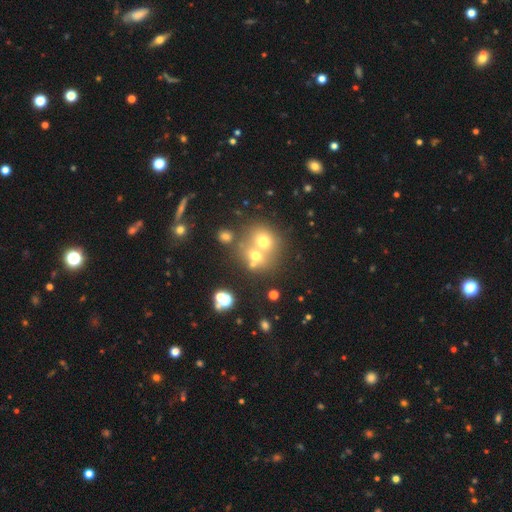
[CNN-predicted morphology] Overall: smooth (61%). How rounded: round (74%). Merging: merger (55%; none 34%).